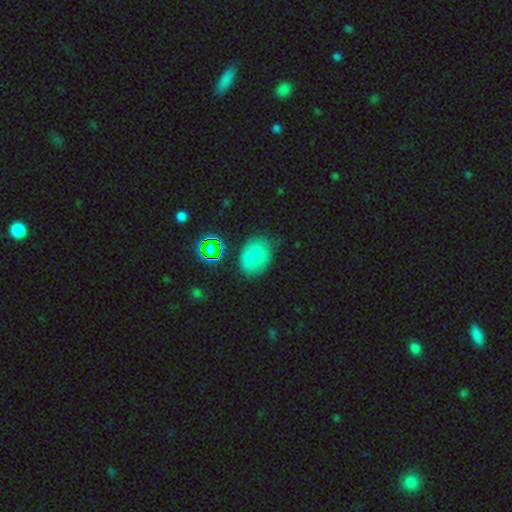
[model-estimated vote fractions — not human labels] Smooth or featured: smooth — 70% (star or artifact — 16%)
How rounded: in between — 66% (round — 33%)
Merging: none — 65% (minor disturbance — 24%)